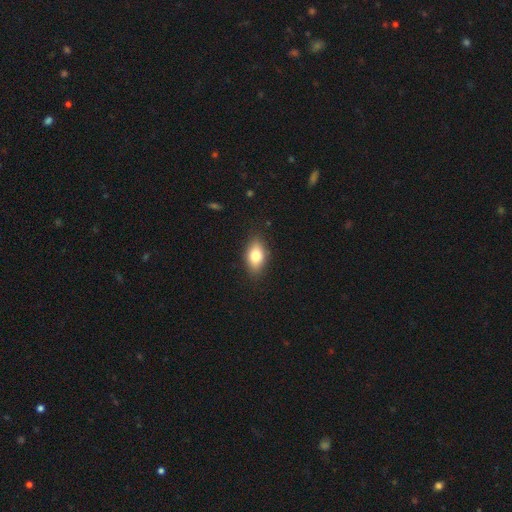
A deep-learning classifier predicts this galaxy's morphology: This is likely a smooth galaxy (78%). How rounded: clearly in between (88%). Merging: clearly none (86%).